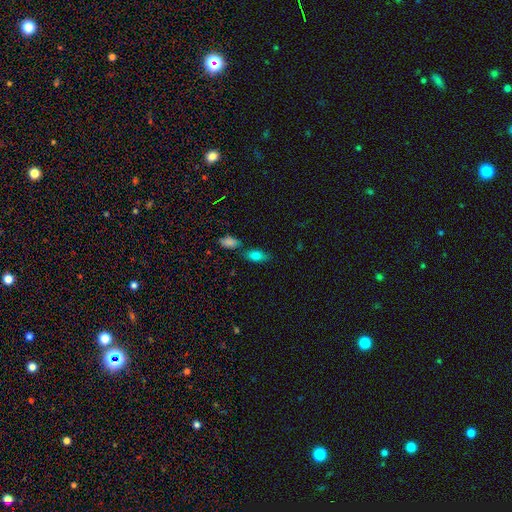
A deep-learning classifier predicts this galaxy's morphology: Q: Smooth or featured?
A: smooth (76%); runner-up: featured or disk (14%)
Q: How rounded?
A: in between (83%); runner-up: cigar-shaped (11%)
Q: Merging?
A: none (67%); runner-up: merger (15%)